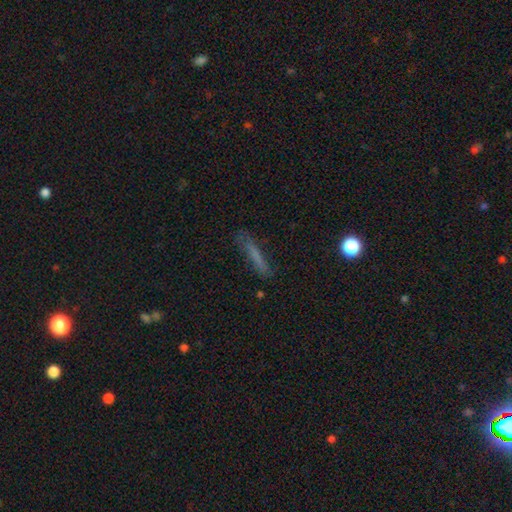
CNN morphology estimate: Smooth or featured? Predicted: smooth (p=0.63). How rounded? Predicted: cigar-shaped (p=0.91). Merging? Predicted: none (p=0.76).